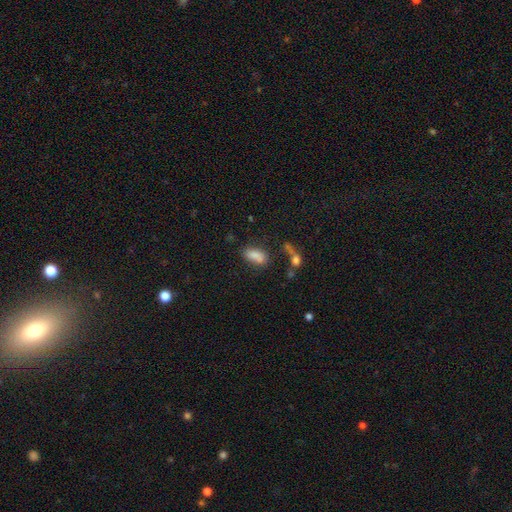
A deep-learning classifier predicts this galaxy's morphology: smooth-or-featured: smooth: 81% | star or artifact: 10% | featured or disk: 9%
  how-rounded: in between: 87% | cigar-shaped: 7% | round: 5%
  merging: none: 58% | minor disturbance: 20% | merger: 14% | major disturbance: 8%